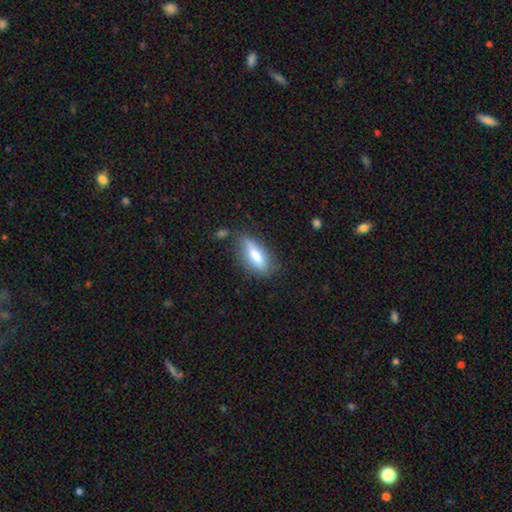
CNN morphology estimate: A smooth galaxy with no disk features (62%) that is in between round and cigar-shaped (55%). Merging: none (72%).